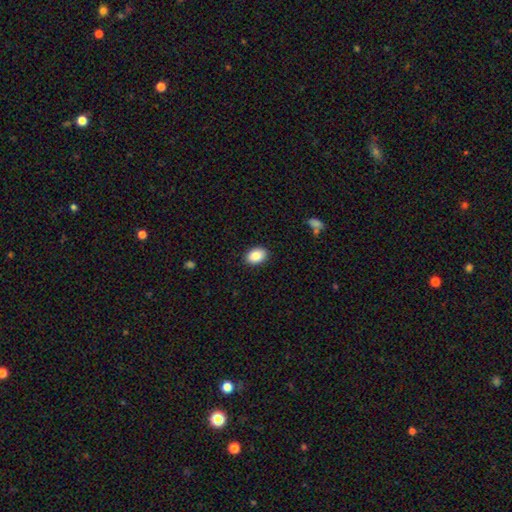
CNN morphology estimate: Smooth or featured?
  - smooth: 88% *
  - star or artifact: 7%
  - featured or disk: 5%
How rounded?
  - in between: 82% *
  - round: 17%
  - cigar-shaped: 1%
Merging?
  - none: 89% *
  - minor disturbance: 8%
  - major disturbance: 2%
  - merger: 1%